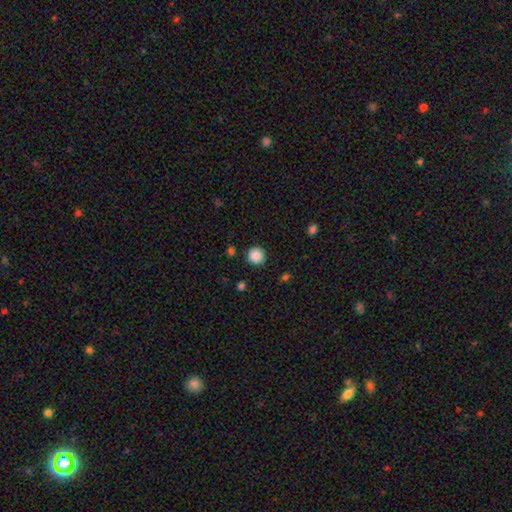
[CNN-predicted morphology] type=smooth (87%); roundness=round (94%); merging=none (90%).